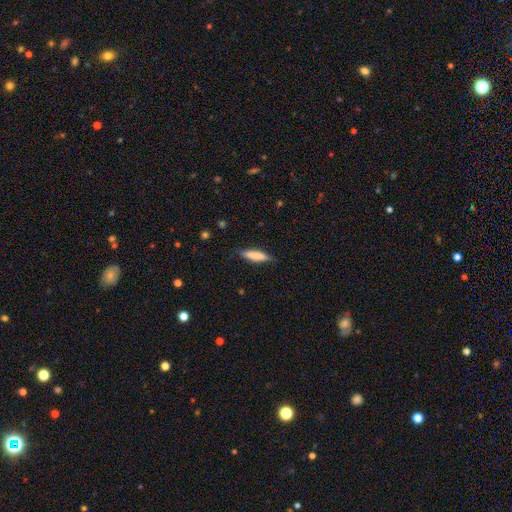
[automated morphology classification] Smooth or featured? smooth (77%)
How rounded? cigar-shaped (75%)
Merging? none (84%)